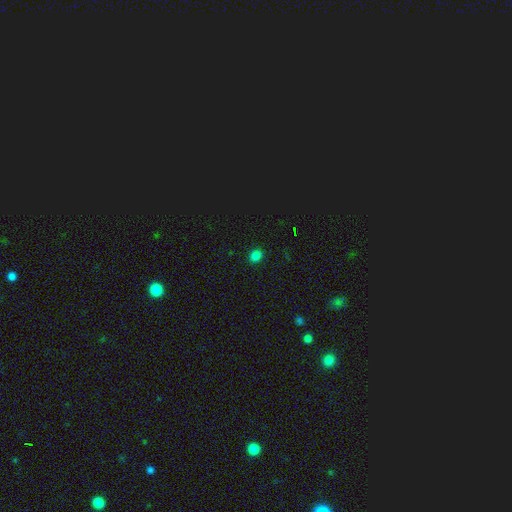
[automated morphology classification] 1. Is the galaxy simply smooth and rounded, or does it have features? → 80% smooth, 17% star or artifact, 3% featured or disk.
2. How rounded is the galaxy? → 59% round, 40% in between, 1% cigar-shaped.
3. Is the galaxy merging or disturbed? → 90% none, 7% minor disturbance, 2% major disturbance, 1% merger.